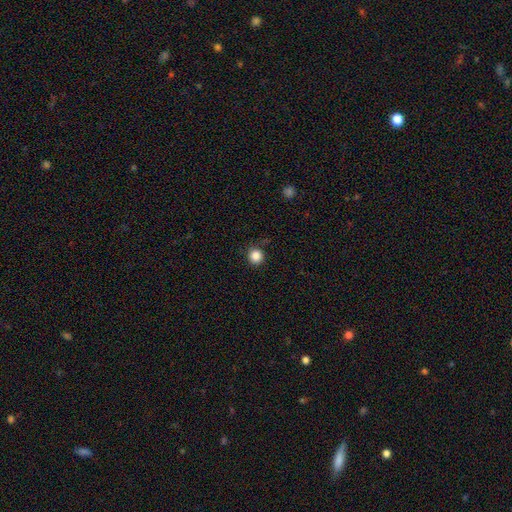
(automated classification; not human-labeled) Smooth or featured: smooth — 86% (star or artifact — 11%)
How rounded: round — 93% (in between — 6%)
Merging: none — 86% (minor disturbance — 10%)